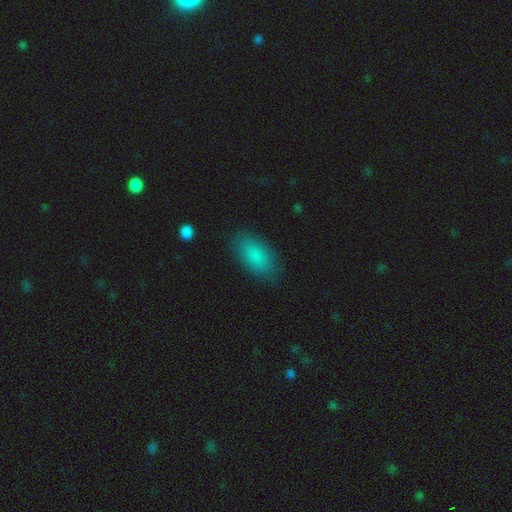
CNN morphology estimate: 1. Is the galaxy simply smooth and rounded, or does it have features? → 84% smooth, 8% featured or disk, 8% star or artifact.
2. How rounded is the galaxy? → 92% in between, 5% cigar-shaped, 3% round.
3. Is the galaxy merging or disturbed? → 84% none, 11% minor disturbance, 3% major disturbance, 1% merger.